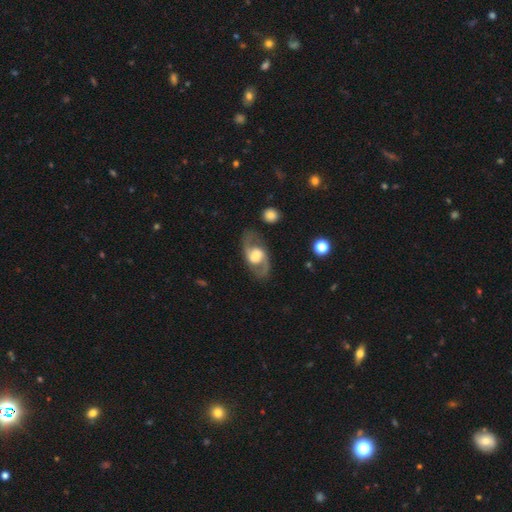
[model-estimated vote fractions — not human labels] Overall: featured or disk (81%). Edge-on disk: no (94%). Bar: weak (44%; no 38%). Spiral arms: yes (89%). Spiral arm count: 2 (92%). Spiral winding: medium (52%; loose 34%). Bulge size: large (47%; moderate 37%). Merging: none (80%).